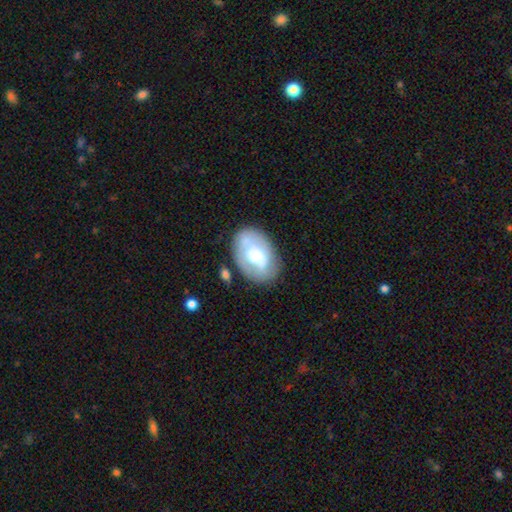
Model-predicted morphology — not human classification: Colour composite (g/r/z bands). It shows a smooth galaxy with no disk features (49%). Merging: none (66%).